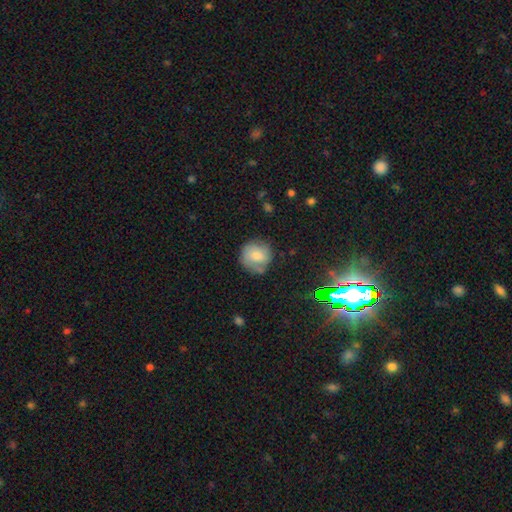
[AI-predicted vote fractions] Smooth or featured: smooth — 60% (featured or disk — 31%)
How rounded: round — 89% (in between — 10%)
Merging: none — 67% (minor disturbance — 23%)